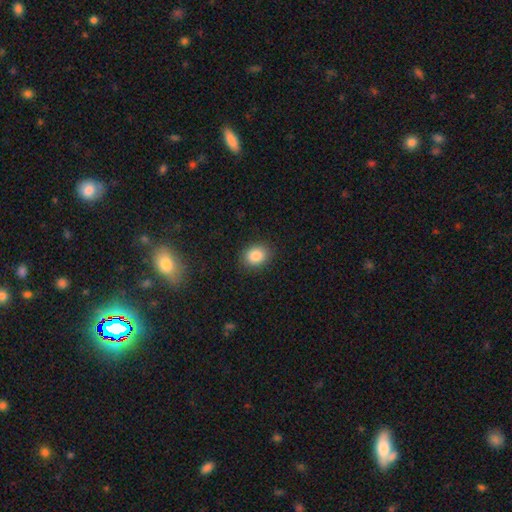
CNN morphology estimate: The model was most divided on "how rounded": round: 53%, in between: 46%, cigar-shaped: 1%. More confident: merging — none (88%); smooth or featured — smooth (85%).